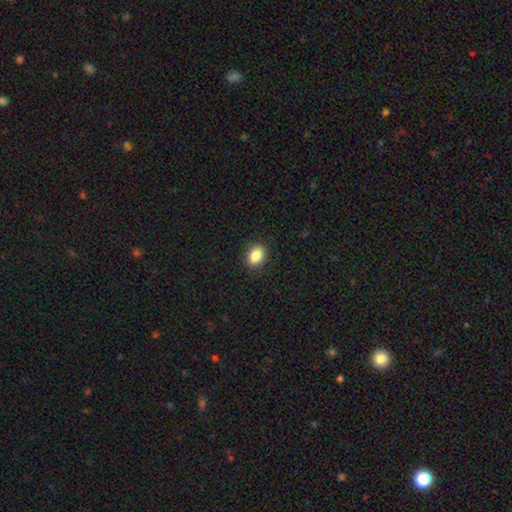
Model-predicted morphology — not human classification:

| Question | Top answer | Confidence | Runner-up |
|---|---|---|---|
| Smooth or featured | smooth | 86% | star or artifact (9%) |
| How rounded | in between | 74% | round (25%) |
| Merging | none | 90% | minor disturbance (7%) |